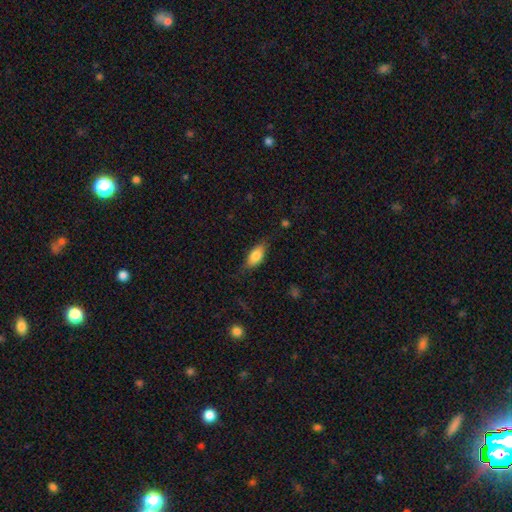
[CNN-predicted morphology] Smooth or featured?
  - smooth: 79% *
  - featured or disk: 14%
  - star or artifact: 7%
How rounded?
  - in between: 85% *
  - cigar-shaped: 12%
  - round: 3%
Merging?
  - none: 72% *
  - minor disturbance: 20%
  - major disturbance: 6%
  - merger: 1%